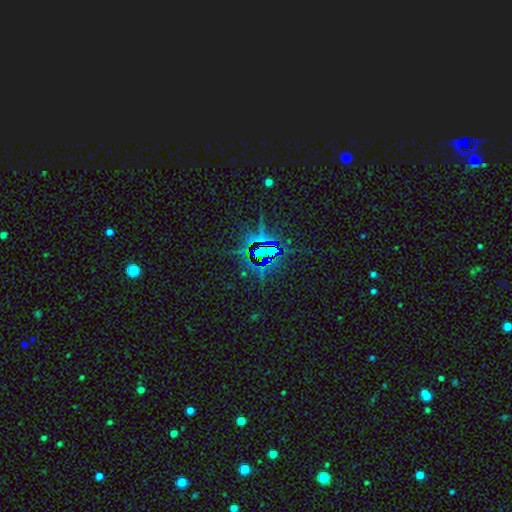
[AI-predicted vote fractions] smooth_or_featured: star or artifact (p=0.82) [alt: featured or disk p=0.09]